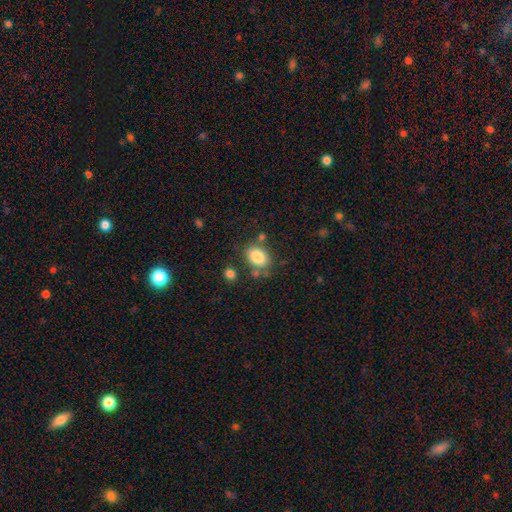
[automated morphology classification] Smooth or featured? Predicted: smooth (p=0.84). How rounded? Predicted: in between (p=0.77). Merging? Predicted: none (p=0.70).